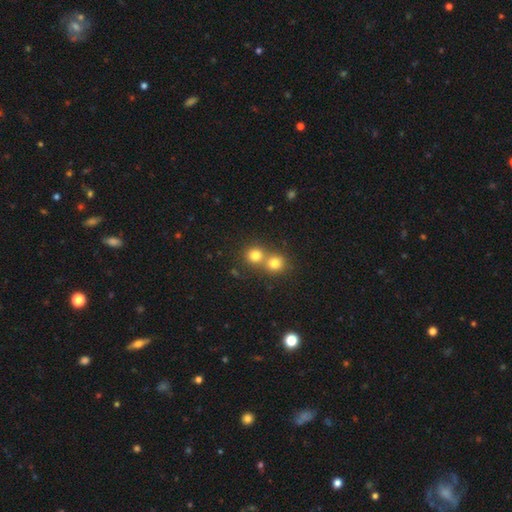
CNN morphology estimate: The model was most divided on "merging": none: 47%, merger: 46%, minor disturbance: 5%, major disturbance: 2%. More confident: how rounded — round (88%); smooth or featured — smooth (78%).